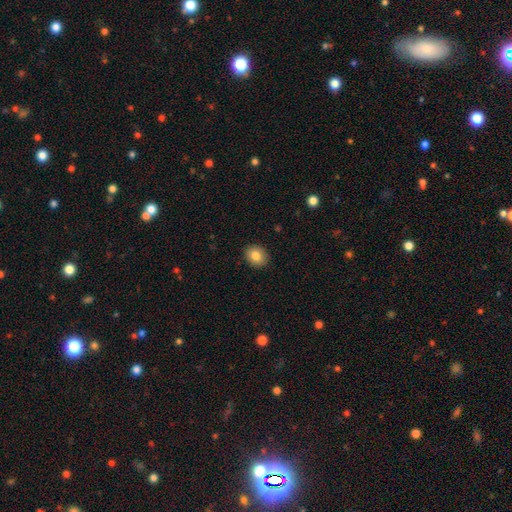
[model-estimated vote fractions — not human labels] smooth_or_featured: smooth (p=0.84) [alt: star or artifact p=0.09]
how_rounded: round (p=0.60) [alt: in between p=0.40]
merging: none (p=0.90) [alt: minor disturbance p=0.07]